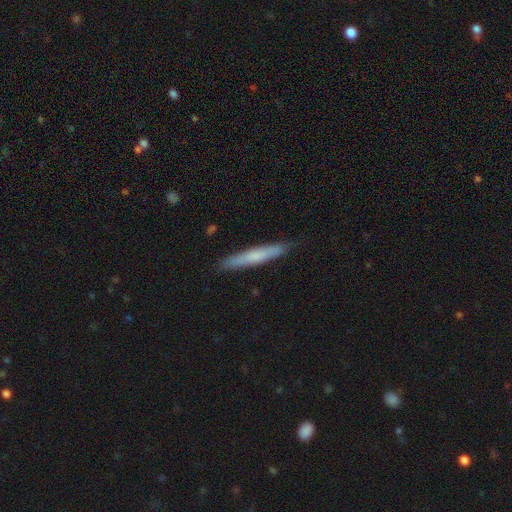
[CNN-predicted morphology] Q: Smooth or featured?
A: smooth (63%); runner-up: featured or disk (31%)
Q: How rounded?
A: cigar-shaped (95%); runner-up: in between (4%)
Q: Merging?
A: none (88%); runner-up: minor disturbance (9%)